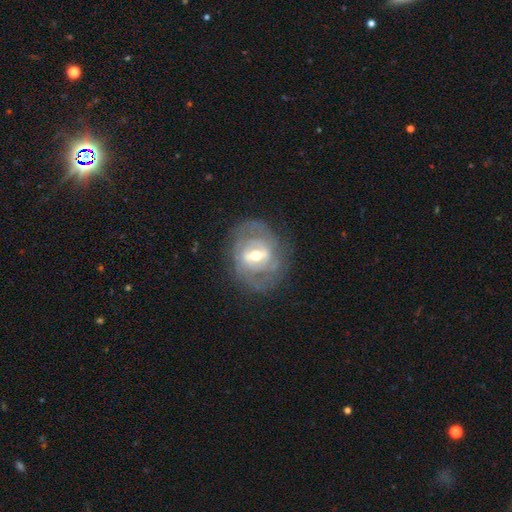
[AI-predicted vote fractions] Overall: featured or disk (79%). Edge-on disk: no (95%). Bar: weak (45%; strong 38%). Spiral arms: yes (77%). Spiral arm count: 2 (50%; can't tell 30%). Spiral winding: tight (47%; medium 37%). Bulge size: moderate (64%; small 27%). Merging: none (70%).